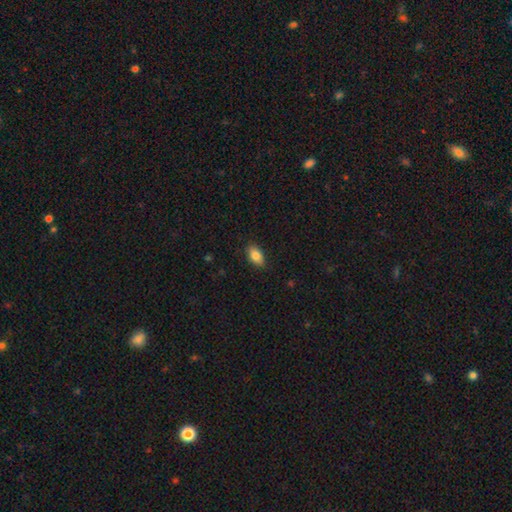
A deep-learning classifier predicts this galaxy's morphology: Smooth or featured: smooth — 85% (star or artifact — 8%)
How rounded: in between — 91% (round — 5%)
Merging: none — 86% (minor disturbance — 11%)